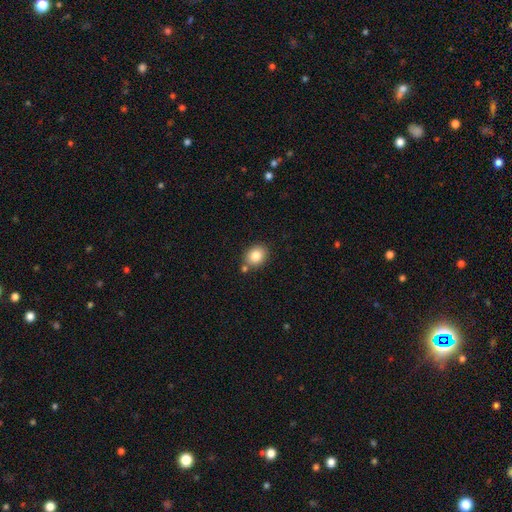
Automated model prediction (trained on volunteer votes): smooth-or-featured: smooth: 83% | star or artifact: 9% | featured or disk: 8%
  how-rounded: round: 52% | in between: 47% | cigar-shaped: 1%
  merging: none: 75% | minor disturbance: 11% | merger: 11% | major disturbance: 3%